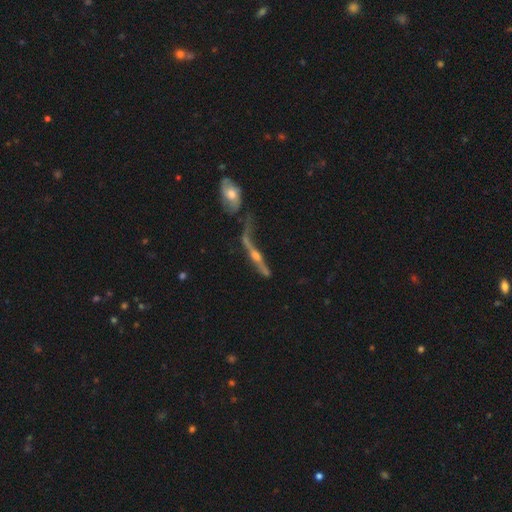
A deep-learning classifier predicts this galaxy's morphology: smooth-or-featured: featured or disk: 77% | smooth: 14% | star or artifact: 9%
  disk-edge-on: yes: 80% | no: 20%
    edge-on-bulge: rounded: 87% | none: 7% | boxy: 6%
  merging: merger: 32% (tied) | none: 32% (tied) | major disturbance: 20% | minor disturbance: 17%